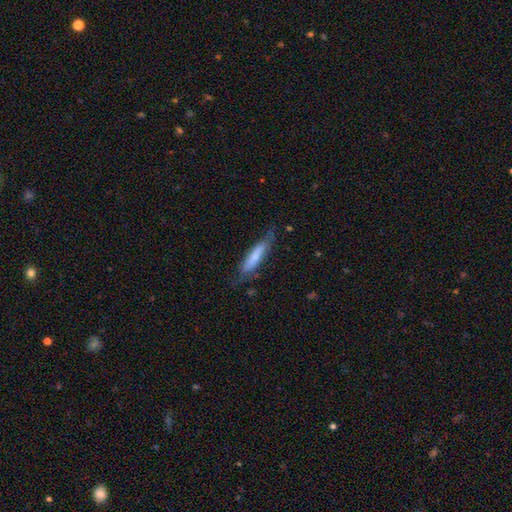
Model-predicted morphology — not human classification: Smooth or featured? smooth (56%)
How rounded? cigar-shaped (82%)
Merging? none (65%)